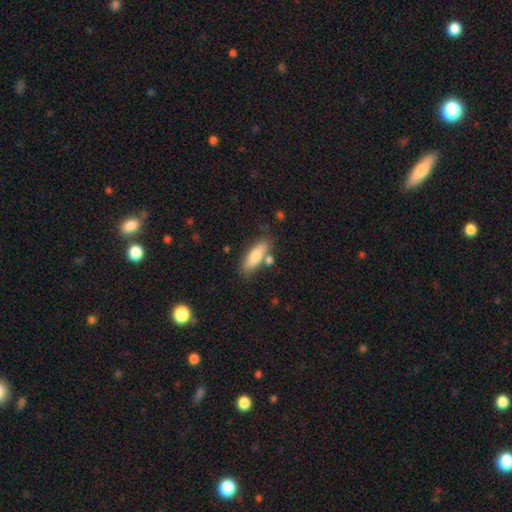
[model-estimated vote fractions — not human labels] This appears to be a smooth galaxy with no disk features (74%) that is in between round and cigar-shaped (59%). Merging: none (72%).